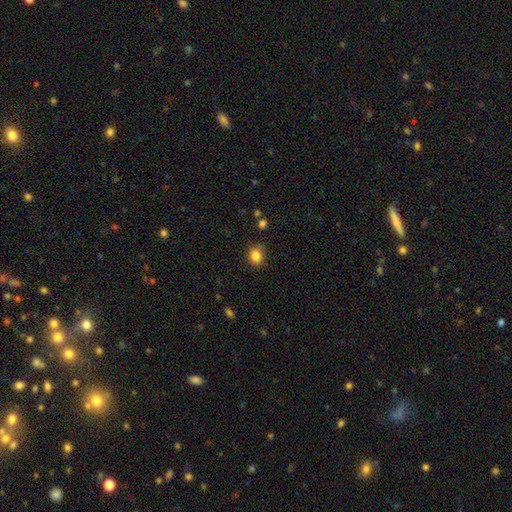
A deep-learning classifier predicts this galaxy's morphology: Smooth or featured: smooth — 85% (star or artifact — 10%)
How rounded: round — 51% (in between — 48%)
Merging: none — 79% (minor disturbance — 15%)